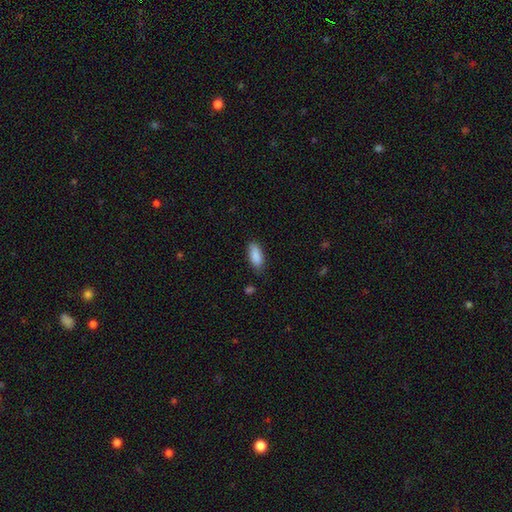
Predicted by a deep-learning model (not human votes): smooth 89%, star or artifact 7%, featured or disk 4%. Down the decision tree: how rounded — in between (81%); merging — none (78%).